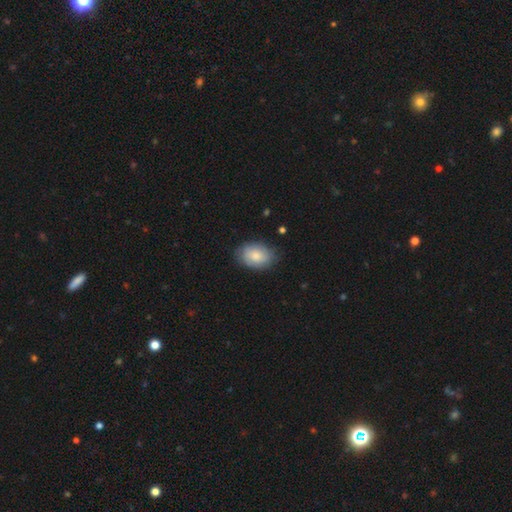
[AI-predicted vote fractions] This is likely a smooth galaxy (80%). How rounded: clearly in between (81%). Merging: likely none (80%).